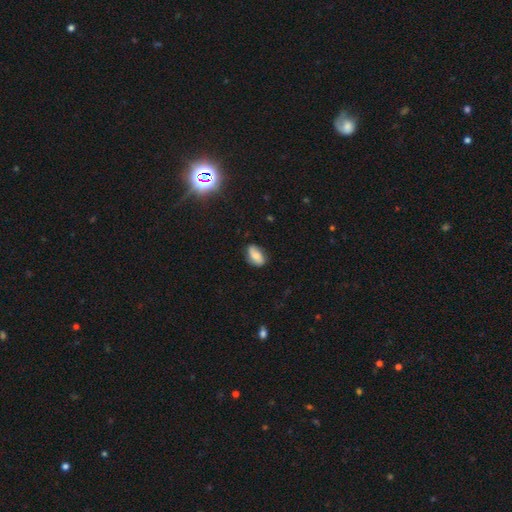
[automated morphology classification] type=smooth (73%); roundness=in between (90%); merging=none (72%).